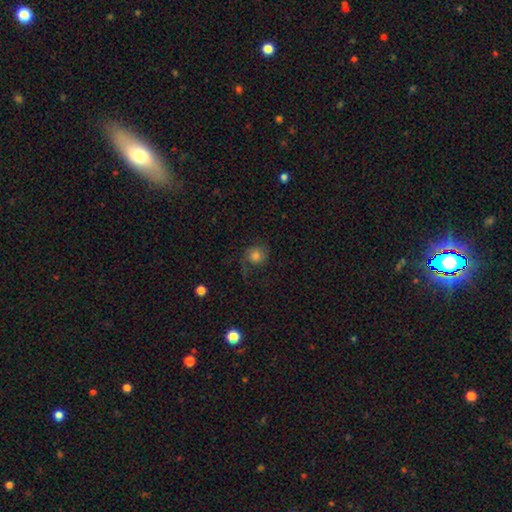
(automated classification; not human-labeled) Overall: smooth (51%; featured or disk 36%). How rounded: round (80%). Merging: none (56%; major disturbance 22%).